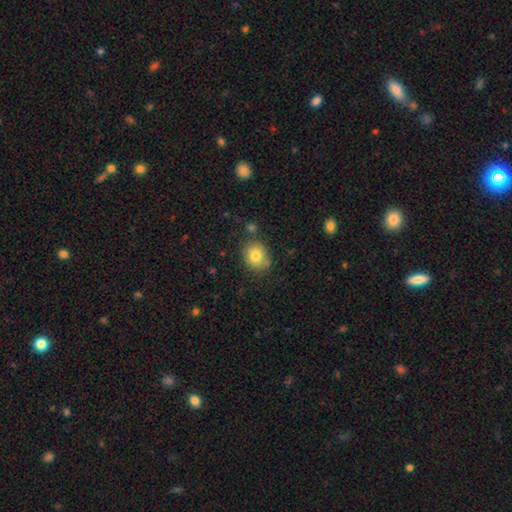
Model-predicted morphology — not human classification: Smooth or featured: smooth — 80% (featured or disk — 11%)
How rounded: round — 62% (in between — 37%)
Merging: none — 76% (minor disturbance — 15%)